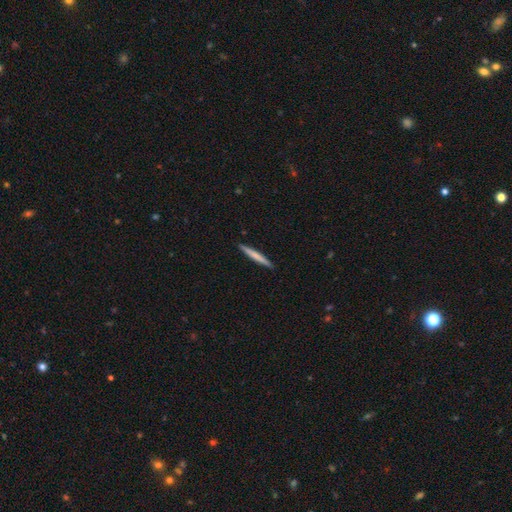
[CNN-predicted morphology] This is likely a smooth galaxy (66%). How rounded: clearly cigar-shaped (96%). Merging: clearly none (92%).